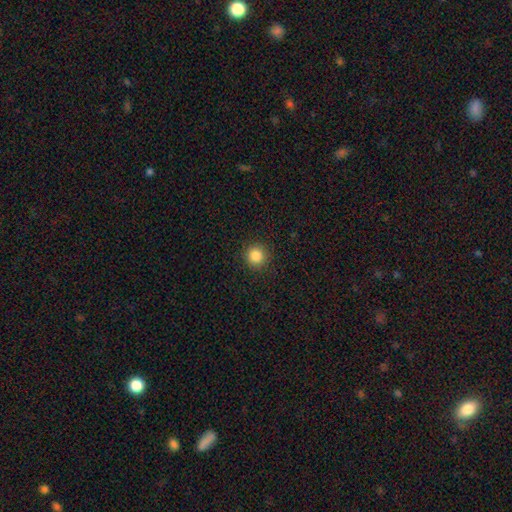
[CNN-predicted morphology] Overall: smooth (85%). How rounded: round (95%). Merging: none (91%).